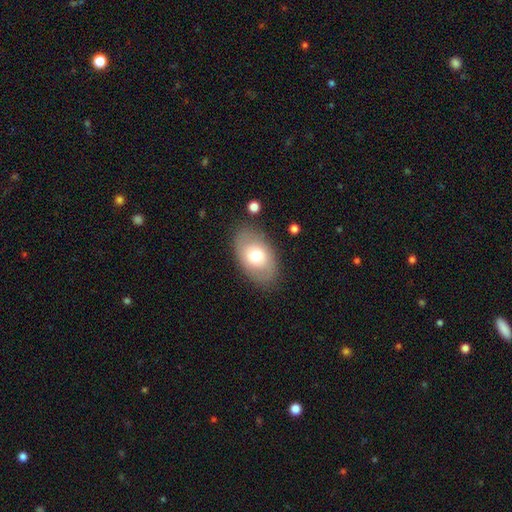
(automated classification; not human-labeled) This is likely a smooth galaxy (66%). How rounded: clearly in between (89%). Merging: clearly none (81%).